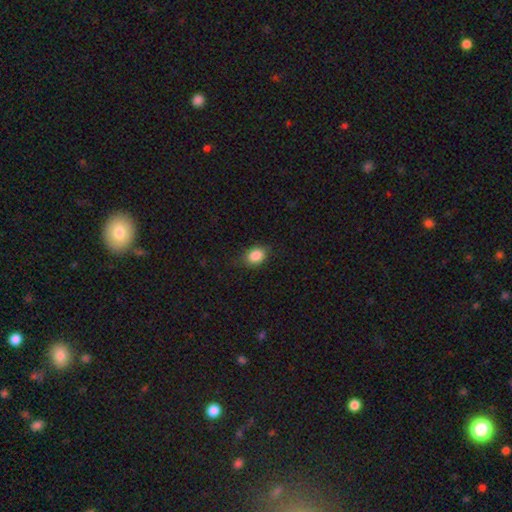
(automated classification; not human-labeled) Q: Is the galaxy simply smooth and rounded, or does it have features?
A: smooth — 87%.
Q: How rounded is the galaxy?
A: in between — 67%.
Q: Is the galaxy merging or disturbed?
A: none — 82%.